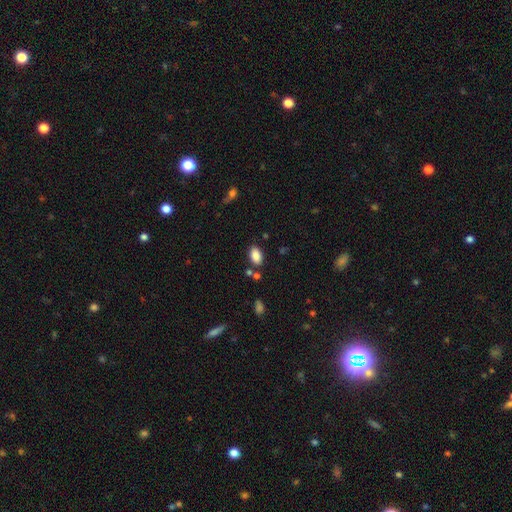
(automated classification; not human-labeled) Smooth or featured?
  - smooth: 87% *
  - star or artifact: 8%
  - featured or disk: 5%
How rounded?
  - in between: 91% *
  - round: 7%
  - cigar-shaped: 2%
Merging?
  - none: 79% *
  - minor disturbance: 11%
  - merger: 7%
  - major disturbance: 3%